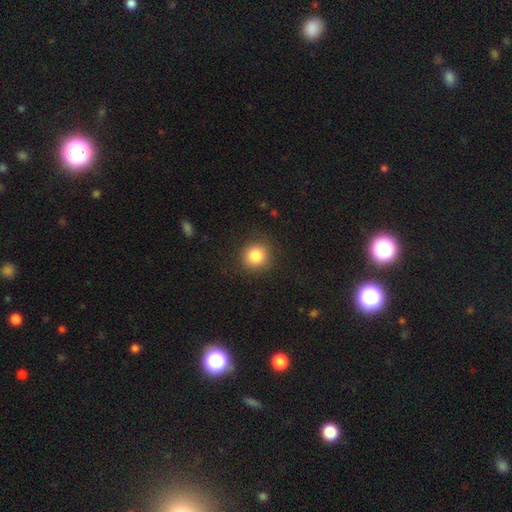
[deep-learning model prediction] This appears to be a smooth galaxy with no disk features (84%) that is round (91%). Merging: none (88%).